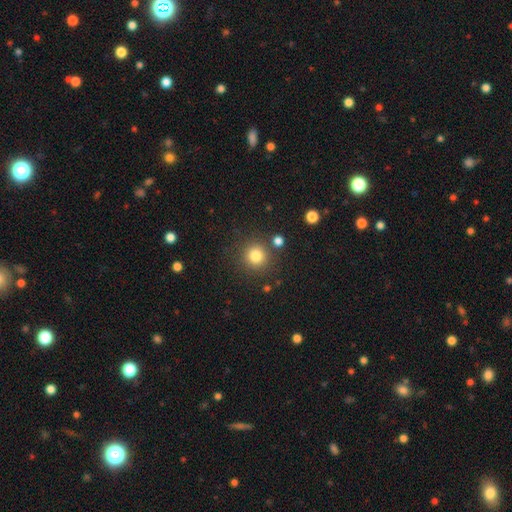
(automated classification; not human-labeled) Overall: smooth (81%). How rounded: round (94%). Merging: none (84%).